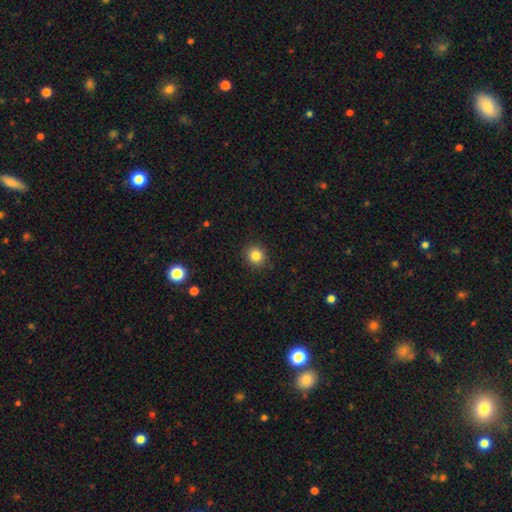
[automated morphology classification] This is clearly a smooth galaxy (84%). How rounded: clearly round (91%). Merging: clearly none (91%).